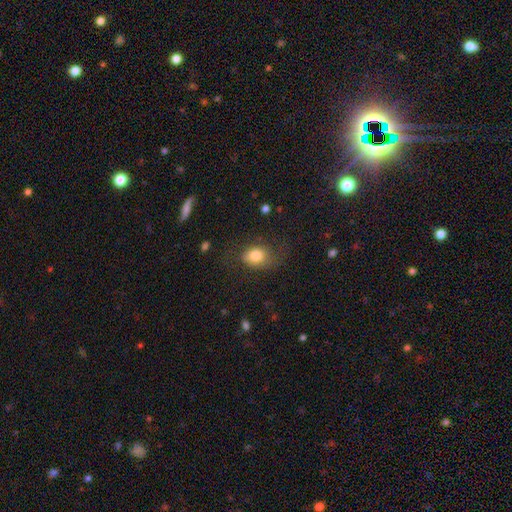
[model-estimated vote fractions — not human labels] Smooth or featured? smooth (76%)
How rounded? in between (65%)
Merging? none (56%)